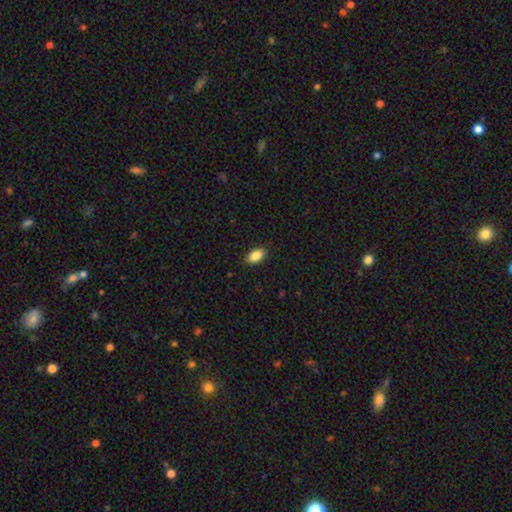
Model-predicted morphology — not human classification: smooth_or_featured: smooth (p=0.88) [alt: star or artifact p=0.08]
how_rounded: in between (p=0.92) [alt: round p=0.06]
merging: none (p=0.89) [alt: minor disturbance p=0.08]